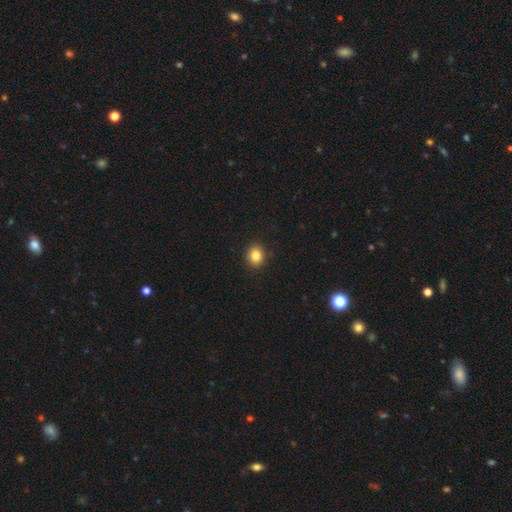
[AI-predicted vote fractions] This appears to be a smooth galaxy with no disk features (84%) that is round (75%). Merging: none (91%).